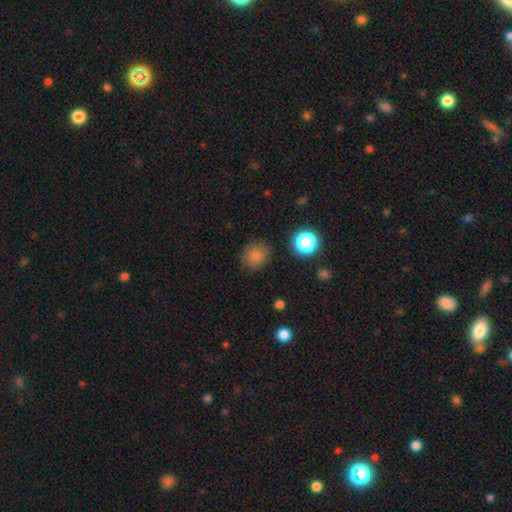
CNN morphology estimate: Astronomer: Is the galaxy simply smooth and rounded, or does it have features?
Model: smooth — 80%.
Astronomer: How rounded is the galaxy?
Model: round — 76%.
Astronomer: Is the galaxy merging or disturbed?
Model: none — 82%.